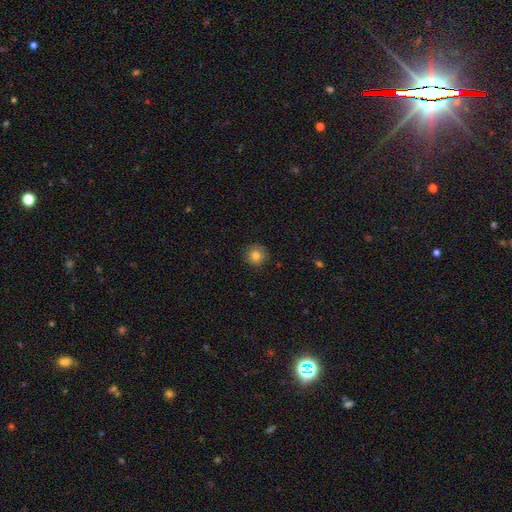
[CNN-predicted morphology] smooth-or-featured: smooth: 81% | star or artifact: 11% | featured or disk: 8%
  how-rounded: round: 95% | in between: 4% | cigar-shaped: 1%
  merging: none: 90% | minor disturbance: 7% | major disturbance: 2% | merger: 1%